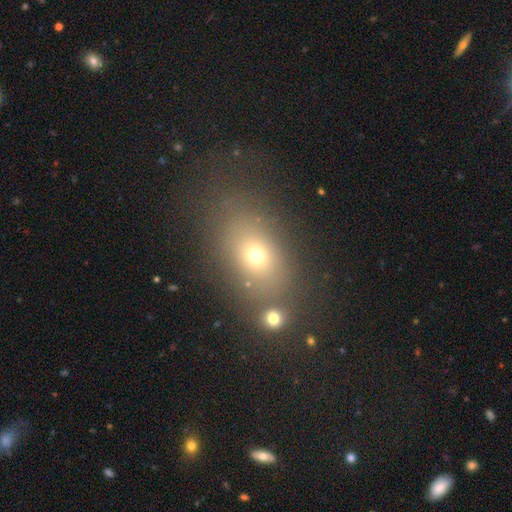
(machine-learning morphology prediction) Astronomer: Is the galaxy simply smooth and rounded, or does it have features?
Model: smooth — 65%.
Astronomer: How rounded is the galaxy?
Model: in between — 65%.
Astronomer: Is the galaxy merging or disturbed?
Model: none — 66%.